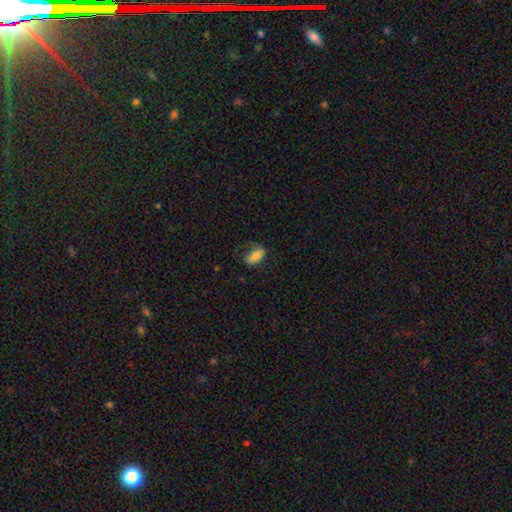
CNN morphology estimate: This is likely a smooth galaxy (76%). How rounded: clearly in between (87%). Merging: possibly none (59%).